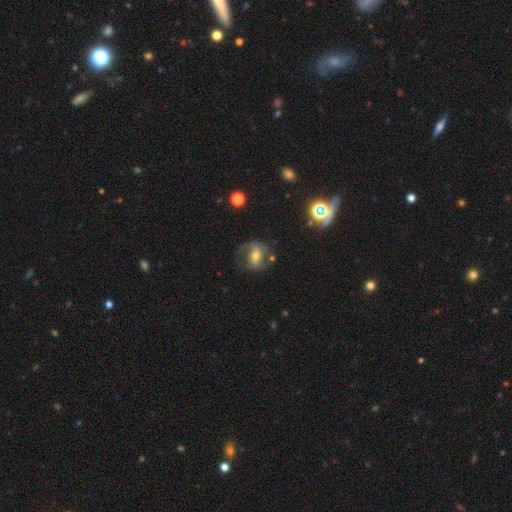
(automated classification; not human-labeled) Smooth or featured?
  - featured or disk: 66% *
  - smooth: 25%
  - star or artifact: 10%
Edge-on disk?
  - no: 96% *
  - yes: 4%
Bar?
  - weak: 39% *
  - no: 32%
  - strong: 29%
Spiral arms?
  - yes: 83% *
  - no: 17%
Spiral winding?
  - medium: 46% *
  - loose: 32%
  - tight: 22%
Spiral arm count?
  - 2: 61% *
  - 1: 26%
  - can't tell: 10%
  - 3: 2%
  - 4: 1%
  - more than 4: 1%
Bulge size?
  - moderate: 59% *
  - small: 34%
  - large: 4%
  - none: 1%
  - dominant: 1%
Merging?
  - none: 54% *
  - minor disturbance: 22%
  - major disturbance: 21%
  - merger: 4%